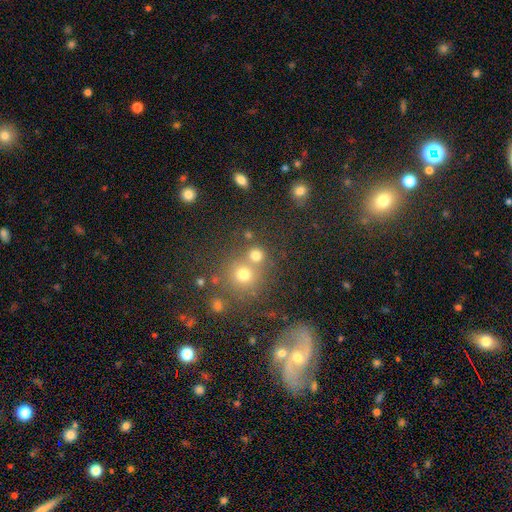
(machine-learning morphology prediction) smooth_or_featured: smooth (p=0.73) [alt: star or artifact p=0.18]
how_rounded: round (p=0.89) [alt: in between p=0.10]
merging: none (p=0.60) [alt: merger p=0.30]